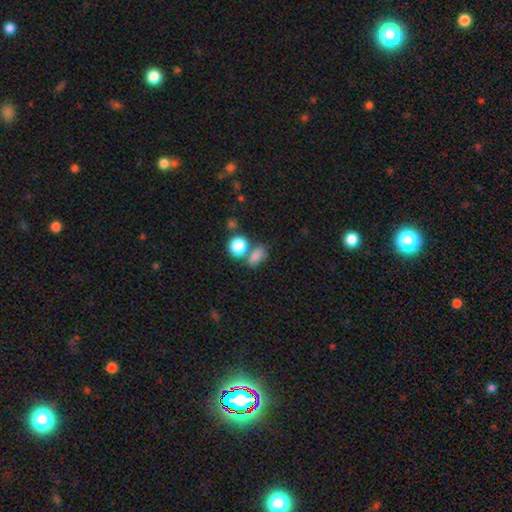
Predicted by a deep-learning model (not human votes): Smooth or featured: smooth — 81% (star or artifact — 13%)
How rounded: in between — 65% (round — 31%)
Merging: none — 52% (merger — 29%)